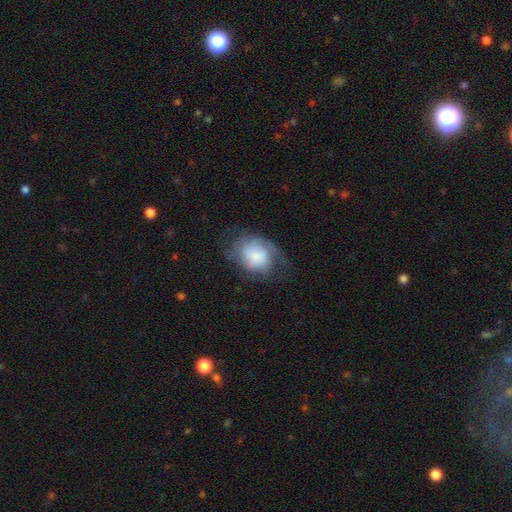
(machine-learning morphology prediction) The model was most divided on "smooth or featured": smooth: 52%, featured or disk: 40%, star or artifact: 8%. Remaining: how rounded — in between (56%); merging — none (46%).